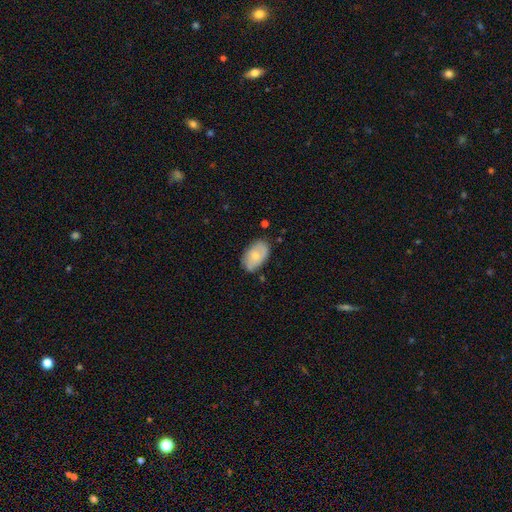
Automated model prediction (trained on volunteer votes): A smooth galaxy with no disk features (69%) that is in between round and cigar-shaped (92%). Merging: none (75%).